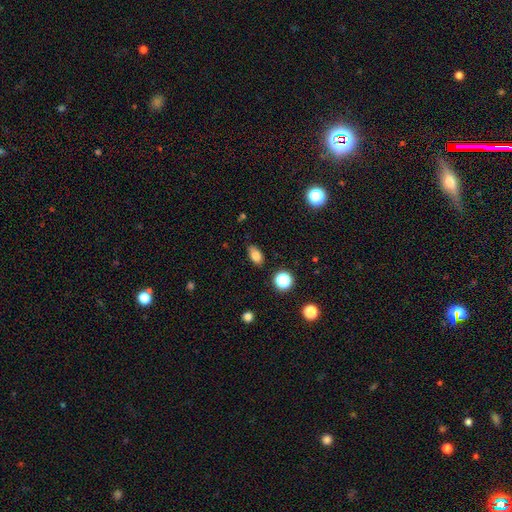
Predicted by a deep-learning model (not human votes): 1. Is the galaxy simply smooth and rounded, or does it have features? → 81% smooth, 12% star or artifact, 8% featured or disk.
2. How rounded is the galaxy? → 87% in between, 11% round, 3% cigar-shaped.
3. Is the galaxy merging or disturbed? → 84% none, 12% minor disturbance, 3% major disturbance, 2% merger.